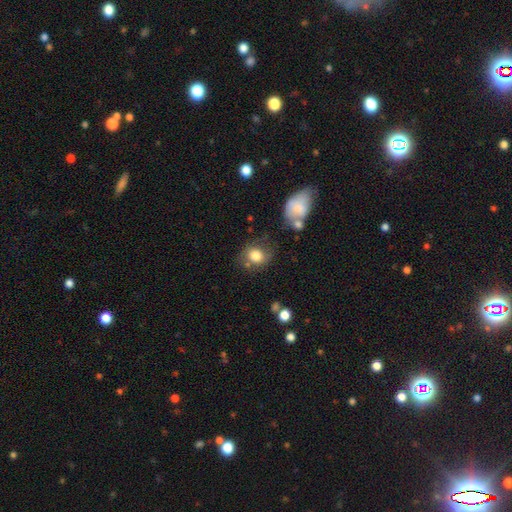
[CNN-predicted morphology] smooth_or_featured: smooth (p=0.78) [alt: featured or disk p=0.13]
how_rounded: round (p=0.64) [alt: in between p=0.35]
merging: none (p=0.63) [alt: minor disturbance p=0.21]